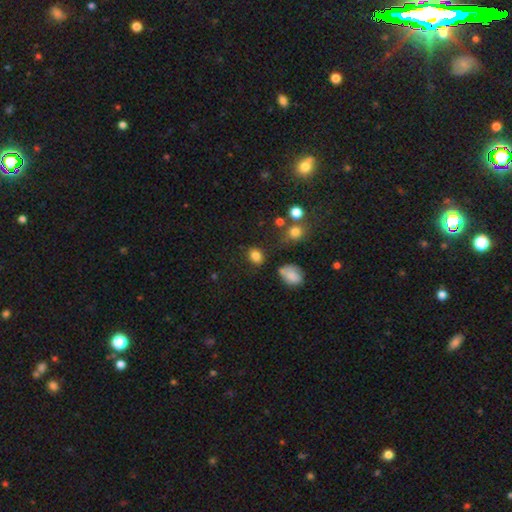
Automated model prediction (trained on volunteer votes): Overall: smooth (82%). How rounded: in between (54%; round 45%). Merging: none (77%).